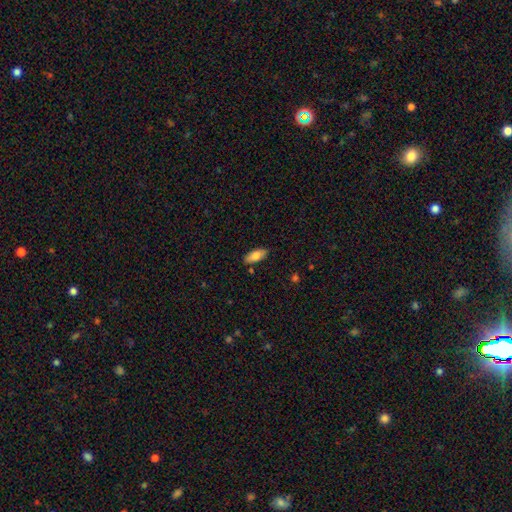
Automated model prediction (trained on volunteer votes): Overall: smooth (81%). How rounded: in between (81%). Merging: none (84%).